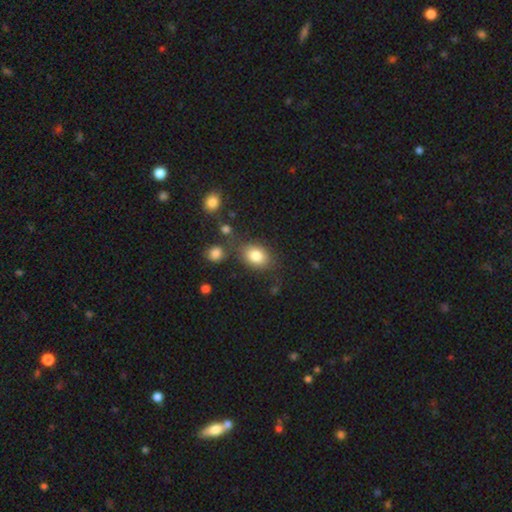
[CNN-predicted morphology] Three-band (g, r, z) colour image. It shows a smooth galaxy with no disk features (82%) that is in between round and cigar-shaped (72%). Merging: none (69%).